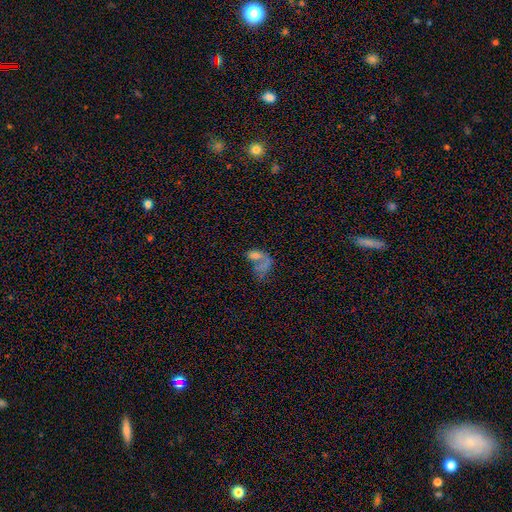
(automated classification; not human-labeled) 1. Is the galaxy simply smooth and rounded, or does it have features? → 54% smooth, 27% featured or disk, 19% star or artifact.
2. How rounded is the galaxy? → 84% in between, 11% round, 4% cigar-shaped.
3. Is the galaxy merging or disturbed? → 44% merger, 26% major disturbance, 19% none, 11% minor disturbance.